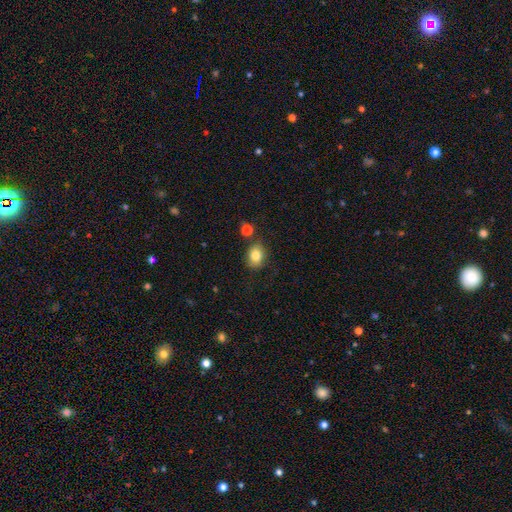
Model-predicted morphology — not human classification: smooth_or_featured: smooth (p=0.82) [alt: star or artifact p=0.10]
how_rounded: in between (p=0.52) [alt: round p=0.47]
merging: none (p=0.76) [alt: minor disturbance p=0.14]